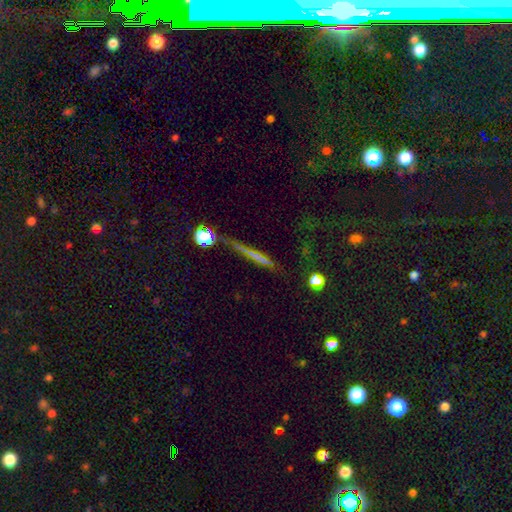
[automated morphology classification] A featured or disk galaxy (43%). Merging: none (73%).